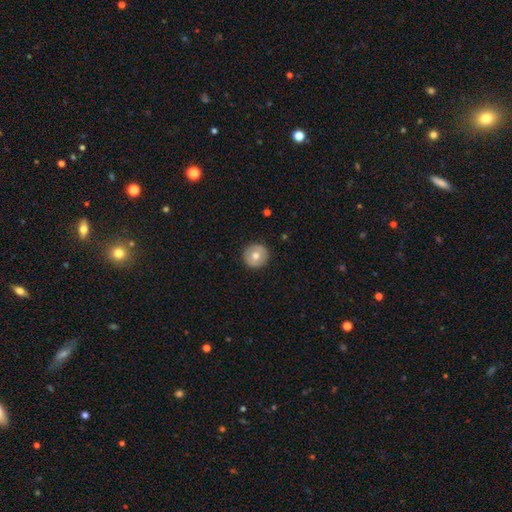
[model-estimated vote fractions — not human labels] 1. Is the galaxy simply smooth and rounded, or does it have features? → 67% smooth, 26% featured or disk, 7% star or artifact.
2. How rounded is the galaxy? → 96% round, 3% in between, 1% cigar-shaped.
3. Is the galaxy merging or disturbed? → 91% none, 6% minor disturbance, 2% major disturbance, 1% merger.